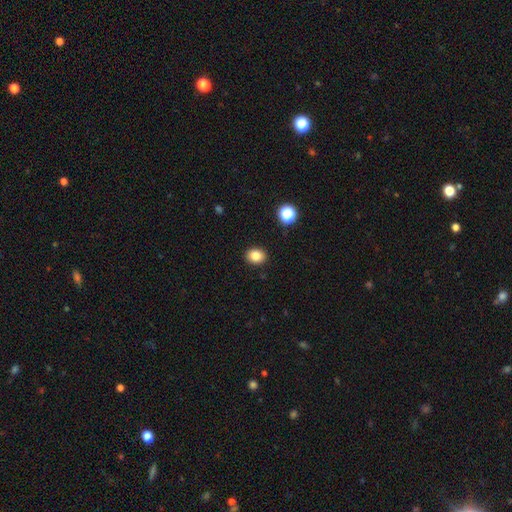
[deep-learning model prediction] Smooth or featured? Predicted: smooth (p=0.84). How rounded? Predicted: round (p=0.54). Merging? Predicted: none (p=0.91).